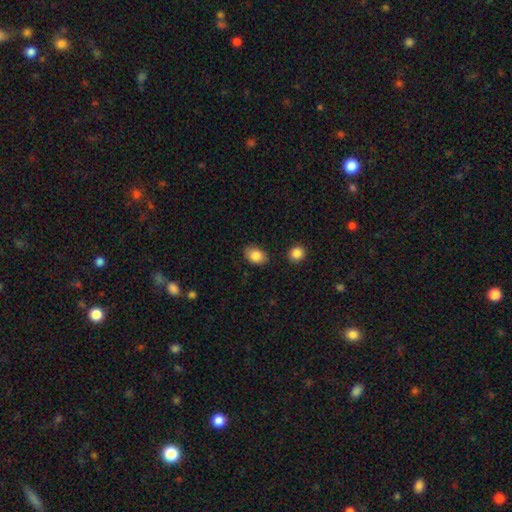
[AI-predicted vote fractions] This is clearly a smooth galaxy (85%). How rounded: clearly in between (80%). Merging: clearly none (81%).